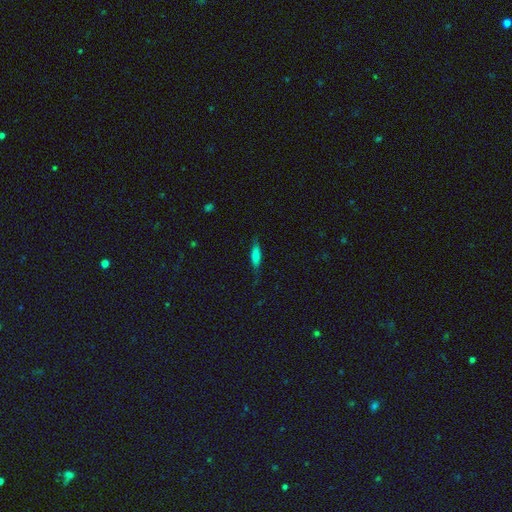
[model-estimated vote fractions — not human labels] Morphology: type=smooth (69%); roundness=cigar-shaped (69%); merging=none (76%).